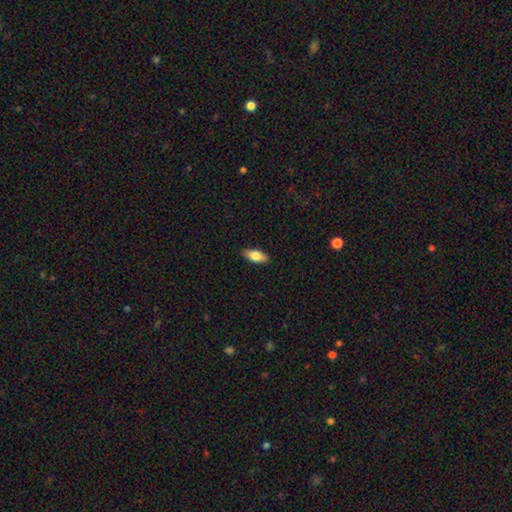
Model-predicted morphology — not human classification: smooth-or-featured: smooth: 76% | featured or disk: 17% | star or artifact: 6%
  how-rounded: in between: 82% | cigar-shaped: 15% | round: 3%
  merging: none: 89% | minor disturbance: 8% | major disturbance: 2% | merger: 1%